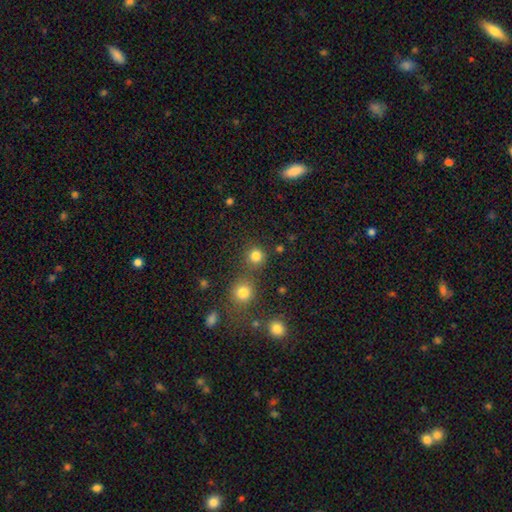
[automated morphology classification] Q: Smooth or featured?
A: smooth (81%); runner-up: star or artifact (15%)
Q: How rounded?
A: round (93%); runner-up: in between (6%)
Q: Merging?
A: none (79%); runner-up: merger (11%)